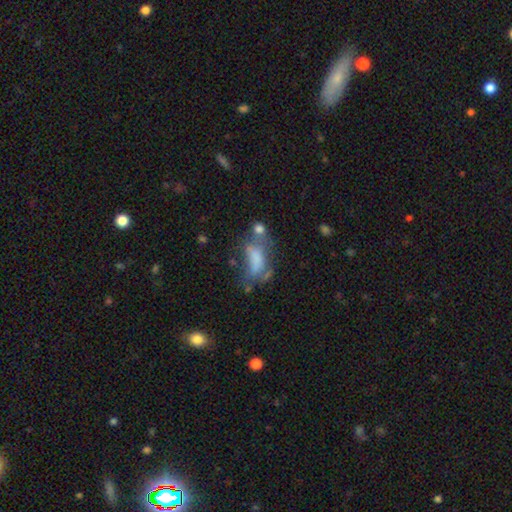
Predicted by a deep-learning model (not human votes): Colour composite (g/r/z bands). It shows a smooth galaxy with no disk features (51%) that is in between round and cigar-shaped (75%). Merging: major disturbance (31%).